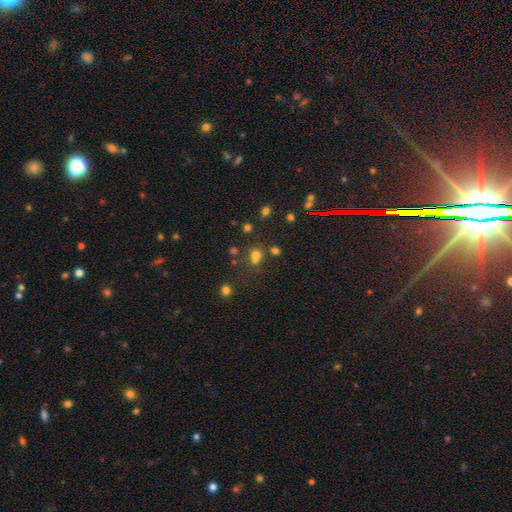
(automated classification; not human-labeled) Smooth or featured? smooth (66%)
How rounded? round (76%)
Merging? none (54%)